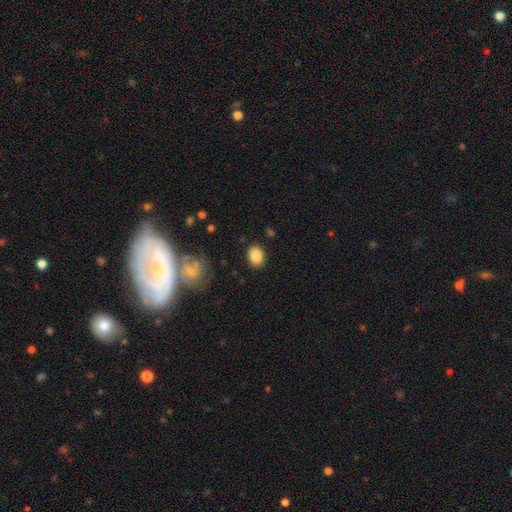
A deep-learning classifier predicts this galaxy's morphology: smooth_or_featured: smooth (p=0.87) [alt: star or artifact p=0.08]
how_rounded: in between (p=0.64) [alt: round p=0.35]
merging: none (p=0.87) [alt: minor disturbance p=0.09]